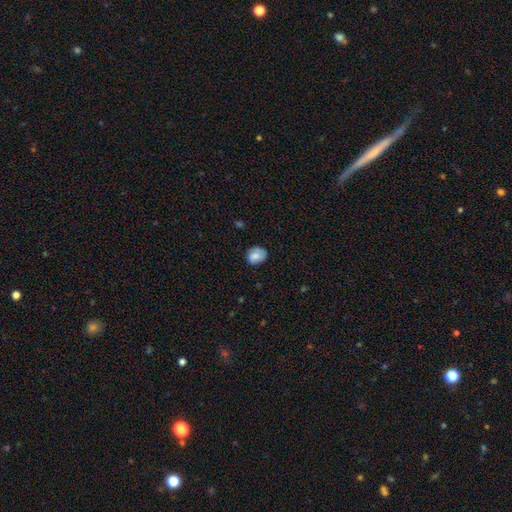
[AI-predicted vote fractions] Q: Smooth or featured?
A: smooth (75%); runner-up: featured or disk (17%)
Q: How rounded?
A: round (54%); runner-up: in between (46%)
Q: Merging?
A: none (69%); runner-up: minor disturbance (24%)